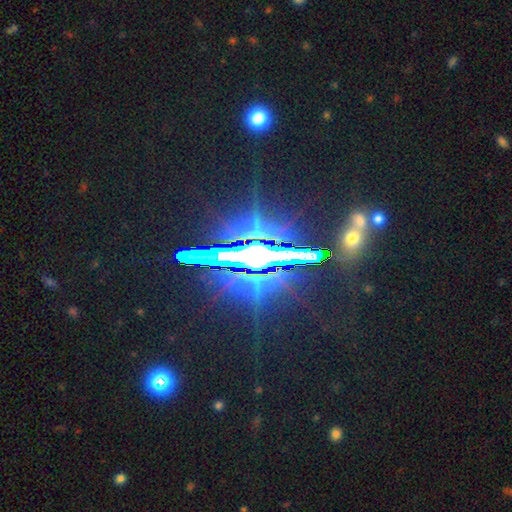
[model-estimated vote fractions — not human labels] This is likely a star or artifact rather than a galaxy (77%).